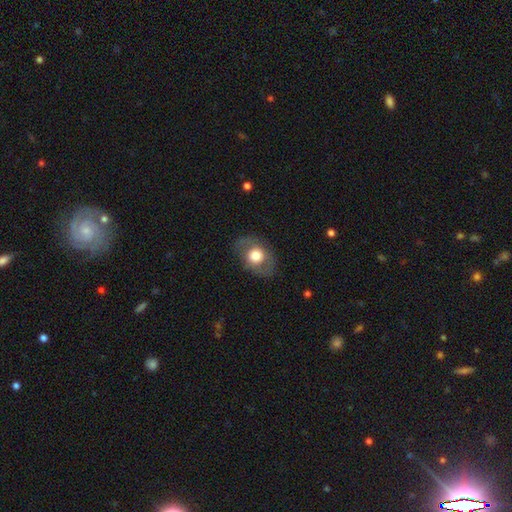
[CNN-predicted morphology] Smooth or featured? smooth (60%)
How rounded? in between (58%)
Merging? none (77%)